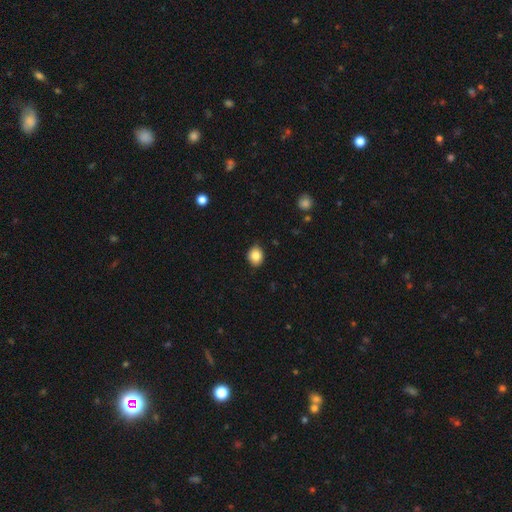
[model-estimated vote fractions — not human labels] Smooth or featured? Predicted: smooth (p=0.84). How rounded? Predicted: round (p=0.56). Merging? Predicted: none (p=0.86).